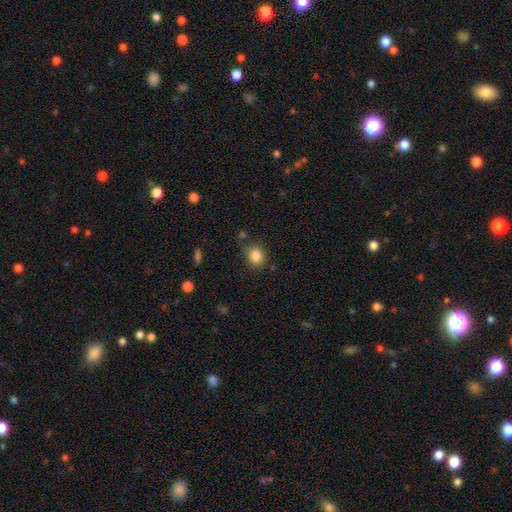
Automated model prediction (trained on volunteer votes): smooth-or-featured: smooth: 84% | star or artifact: 11% | featured or disk: 5%
  how-rounded: round: 70% | in between: 29% | cigar-shaped: 1%
  merging: none: 73% | minor disturbance: 17% | major disturbance: 5% | merger: 4%